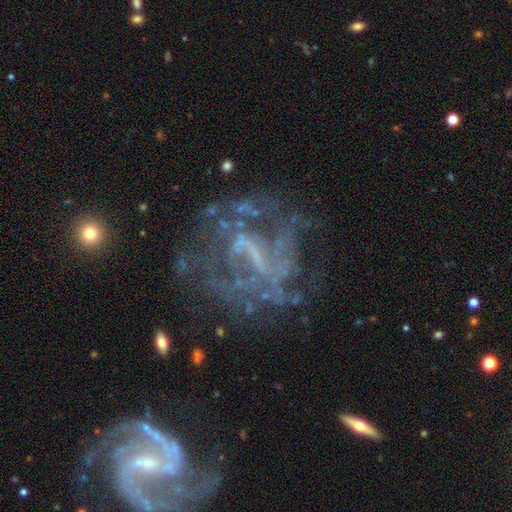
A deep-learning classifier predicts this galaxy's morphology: A featured or disk galaxy (73%) with a weak bar (37%), spiral arms (55%) and no central bulge (56%). Merging: none (49%).